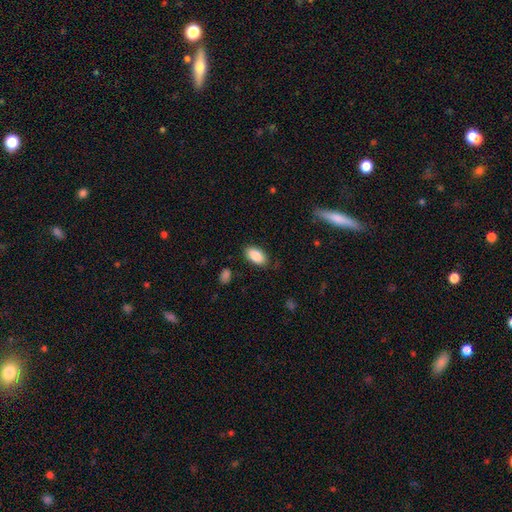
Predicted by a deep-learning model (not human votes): This appears to be a smooth galaxy with no disk features (88%) that is in between round and cigar-shaped (94%). Merging: none (84%).